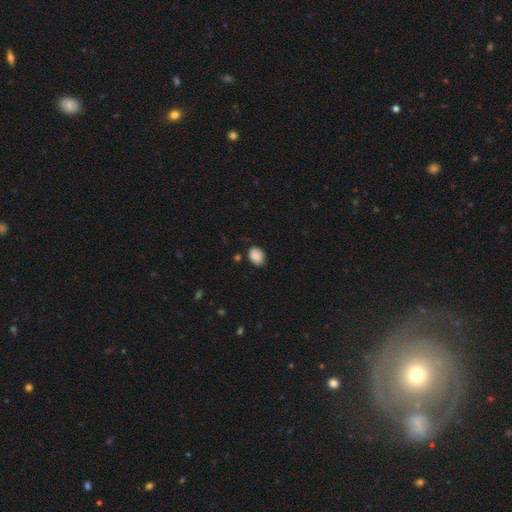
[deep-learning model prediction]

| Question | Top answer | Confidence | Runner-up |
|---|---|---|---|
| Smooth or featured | smooth | 86% | star or artifact (8%) |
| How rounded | in between | 67% | round (32%) |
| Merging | none | 72% | minor disturbance (22%) |